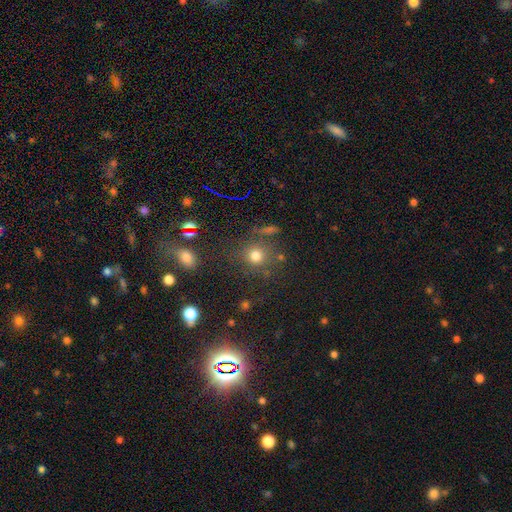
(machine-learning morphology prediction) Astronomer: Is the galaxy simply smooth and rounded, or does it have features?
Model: smooth — 72%.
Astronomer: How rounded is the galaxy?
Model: round — 87%.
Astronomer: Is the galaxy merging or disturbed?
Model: none — 75%.